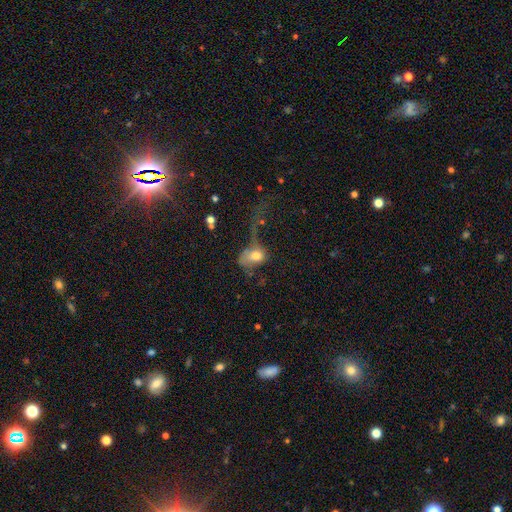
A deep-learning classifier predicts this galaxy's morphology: smooth_or_featured: smooth (p=0.64) [alt: featured or disk p=0.26]
how_rounded: in between (p=0.70) [alt: round p=0.27]
merging: major disturbance (p=0.58) [alt: none p=0.15]